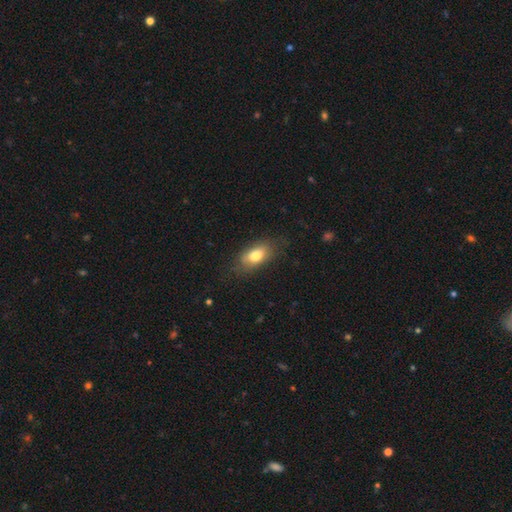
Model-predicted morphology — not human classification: type=smooth (78%); roundness=in between (87%); merging=none (76%).